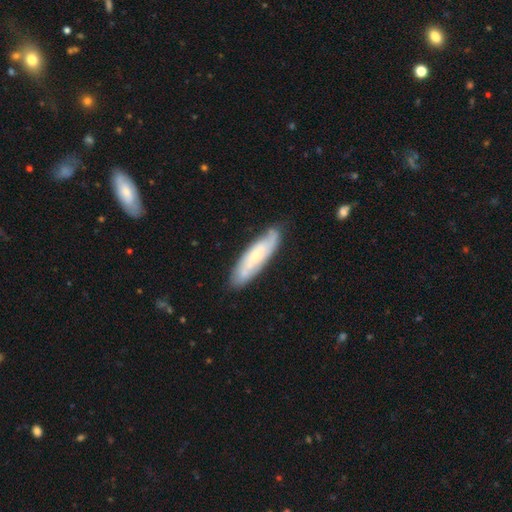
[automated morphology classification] A featured or disk galaxy (53%).

Vote fractions:
- Smooth or featured? featured or disk: 53% / smooth: 41% / star or artifact: 6%
- Edge-on disk? no: 70% / yes: 30%
- Merging? none: 79% / minor disturbance: 16% / major disturbance: 3% / merger: 2%